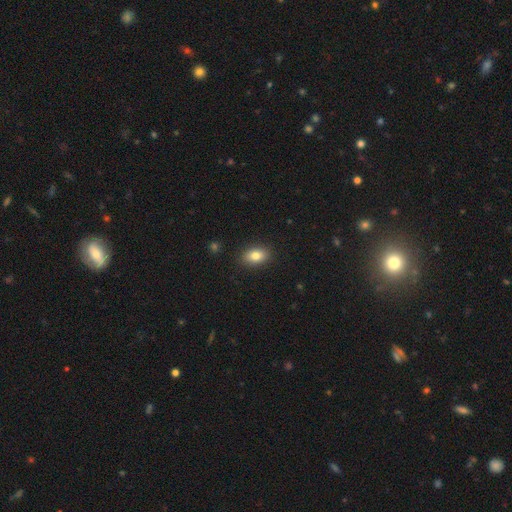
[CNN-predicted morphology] This is clearly a smooth galaxy (82%). How rounded: clearly in between (86%). Merging: clearly none (88%).